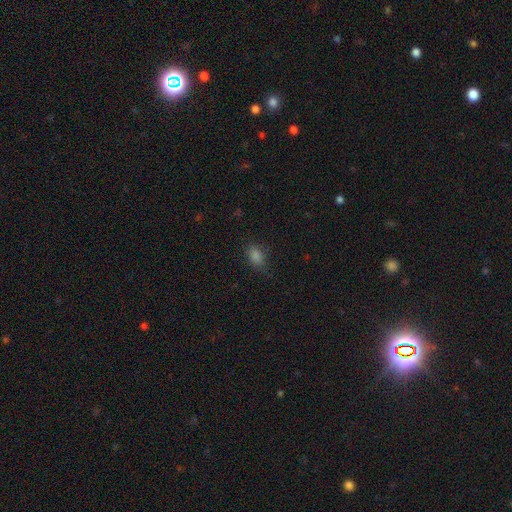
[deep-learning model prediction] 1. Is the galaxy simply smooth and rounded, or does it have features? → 79% smooth, 16% star or artifact, 5% featured or disk.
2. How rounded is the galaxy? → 78% in between, 20% round, 2% cigar-shaped.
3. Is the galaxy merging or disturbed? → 76% none, 17% minor disturbance, 5% major disturbance, 1% merger.